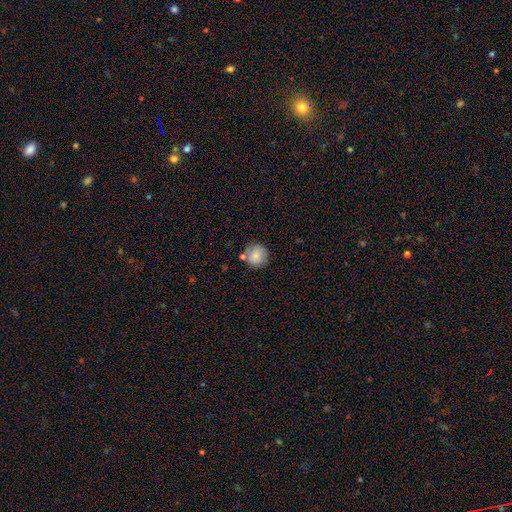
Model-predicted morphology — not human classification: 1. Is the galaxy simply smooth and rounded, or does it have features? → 81% smooth, 11% featured or disk, 8% star or artifact.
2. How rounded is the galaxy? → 92% round, 7% in between, 1% cigar-shaped.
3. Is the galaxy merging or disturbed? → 71% none, 14% minor disturbance, 11% merger, 4% major disturbance.